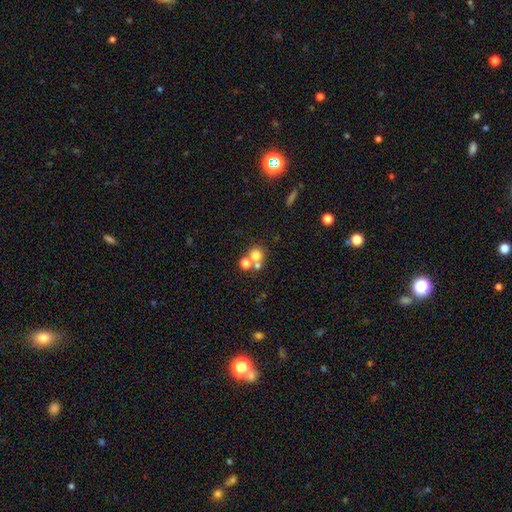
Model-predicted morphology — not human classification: Smooth or featured?
  - smooth: 71% *
  - star or artifact: 15%
  - featured or disk: 14%
How rounded?
  - round: 87% *
  - in between: 12%
  - cigar-shaped: 1%
Merging?
  - none: 47% *
  - merger: 44%
  - minor disturbance: 6%
  - major disturbance: 4%